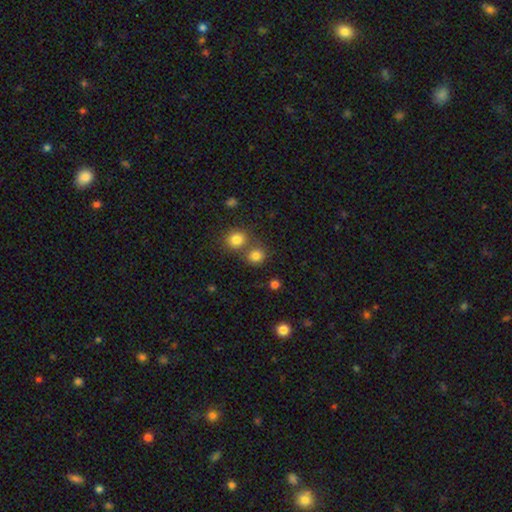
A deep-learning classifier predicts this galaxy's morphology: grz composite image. It shows a smooth galaxy with no disk features (80%) that is round (84%). Merging: none (59%).